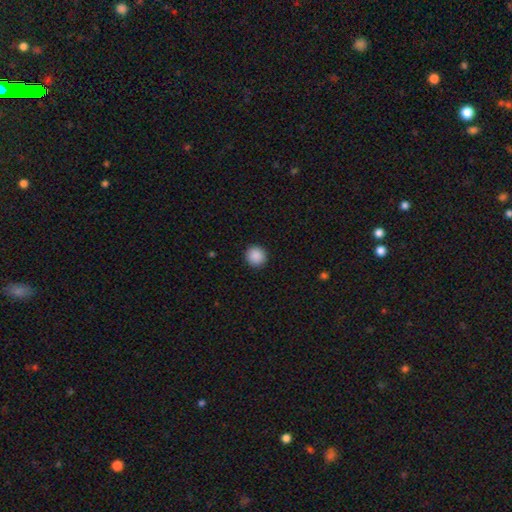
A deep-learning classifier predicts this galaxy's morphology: Smooth or featured? Predicted: smooth (p=0.89). How rounded? Predicted: round (p=0.94). Merging? Predicted: none (p=0.93).